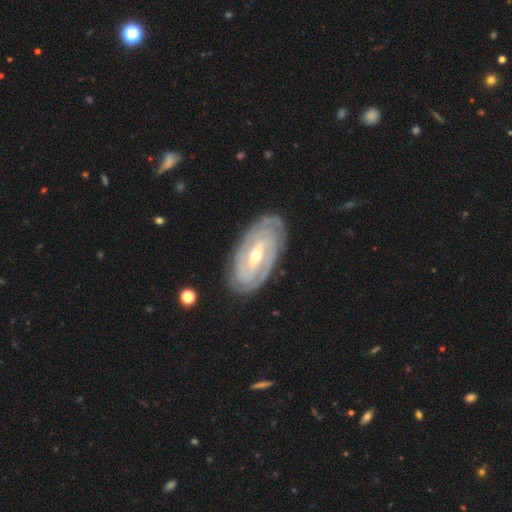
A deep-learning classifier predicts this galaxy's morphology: A featured or disk galaxy (87%) with a weak bar (40%), 2 (35%) tight (79%) spiral arms (94%) and a small central bulge (51%).

Vote fractions:
- Smooth or featured? featured or disk: 87% / smooth: 9% / star or artifact: 4%
- Edge-on disk? no: 94% / yes: 6%
- Bar? weak: 40% / strong: 33% / no: 27%
- Spiral arms? yes: 94% / no: 6%
- Spiral winding? tight: 79% / medium: 17% / loose: 4%
- Spiral arm count? 2: 35% / can't tell: 31% / 3: 16% / 4: 9% / more than 4: 5% / 1: 4%
- Bulge size? small: 51% / moderate: 47% / large: 1% / none: 1% / dominant: 1%
- Merging? none: 82% / minor disturbance: 13% / major disturbance: 3% / merger: 1%